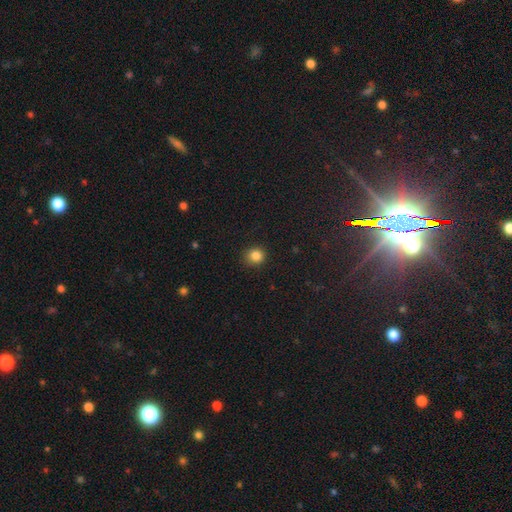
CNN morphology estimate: Smooth or featured: smooth — 85% (star or artifact — 11%)
How rounded: round — 81% (in between — 18%)
Merging: none — 85% (minor disturbance — 11%)